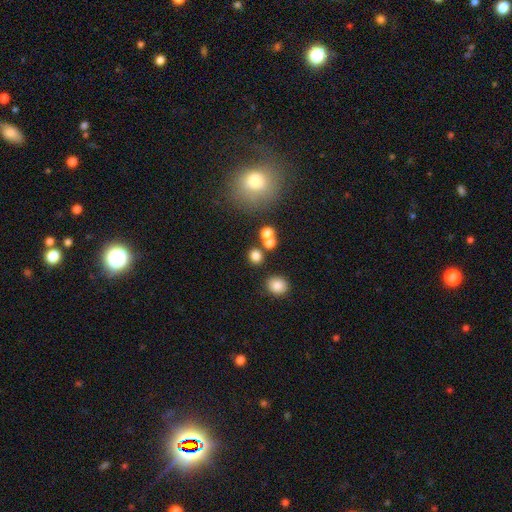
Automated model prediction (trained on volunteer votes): smooth 78%, star or artifact 15%, featured or disk 7%. Down the decision tree: how rounded — round (83%); merging — none (71%).